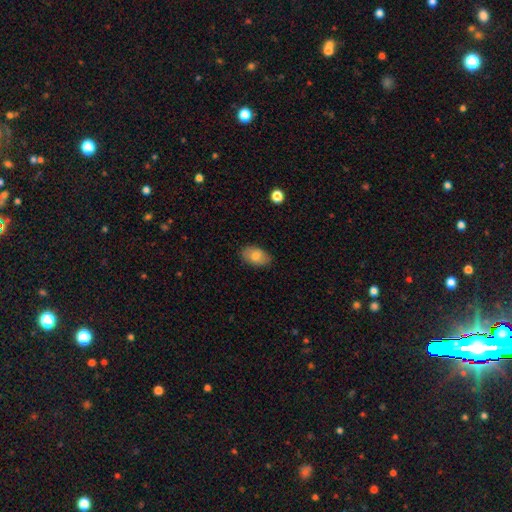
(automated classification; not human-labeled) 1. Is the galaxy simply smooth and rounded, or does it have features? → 76% smooth, 16% featured or disk, 7% star or artifact.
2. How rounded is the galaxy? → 89% in between, 10% round, 1% cigar-shaped.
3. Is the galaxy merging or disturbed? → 83% none, 14% minor disturbance, 3% major disturbance, 1% merger.